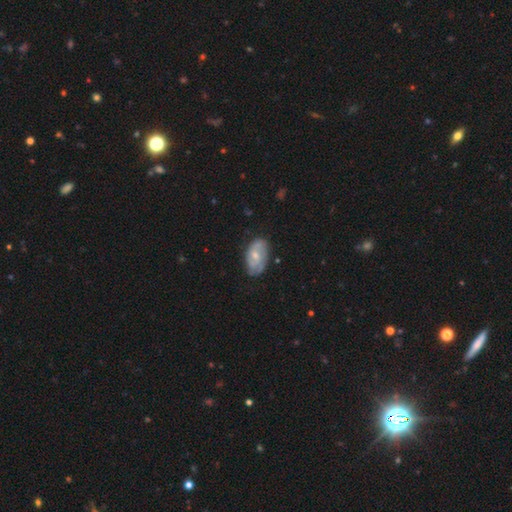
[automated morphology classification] A featured or disk galaxy (61%) with no bar (61%), spiral arms (83%) and a small central bulge (53%). Merging: none (70%).